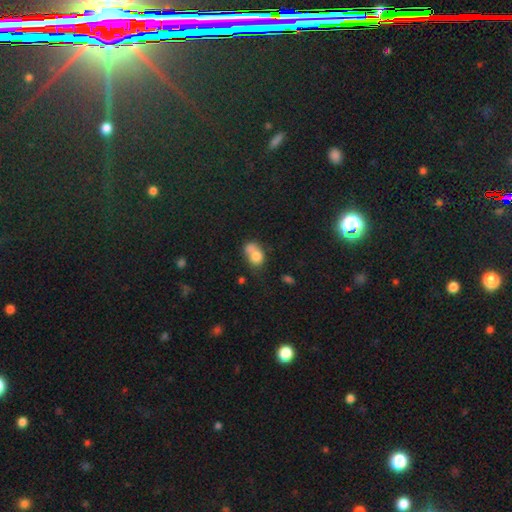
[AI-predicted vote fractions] This is likely a smooth galaxy (74%). How rounded: possibly in between (53%). Merging: possibly merger (54%).